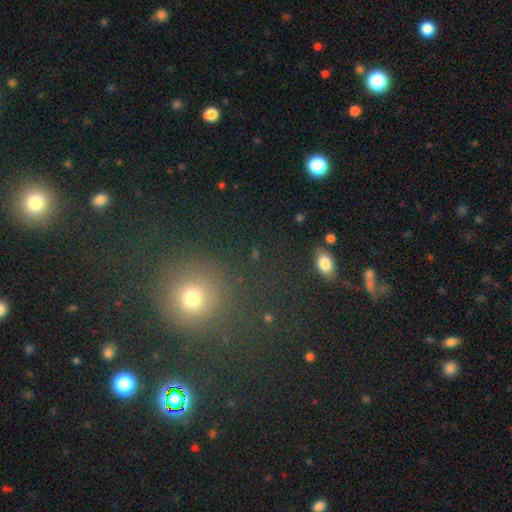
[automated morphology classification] This is possibly a smooth galaxy (56%). How rounded: clearly round (88%). Merging: clearly none (85%).